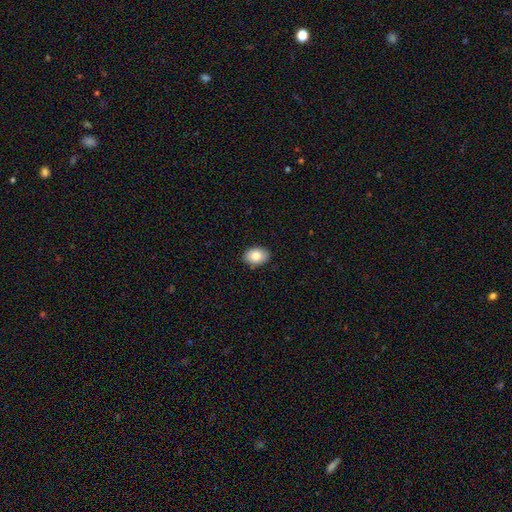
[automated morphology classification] Smooth or featured? smooth (85%)
How rounded? in between (79%)
Merging? none (88%)